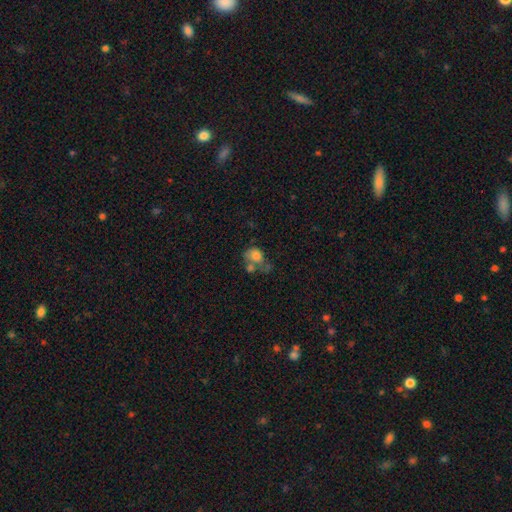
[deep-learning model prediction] Smooth or featured: smooth — 72% (featured or disk — 18%)
How rounded: in between — 52% (round — 46%)
Merging: merger — 40% (none — 25%)